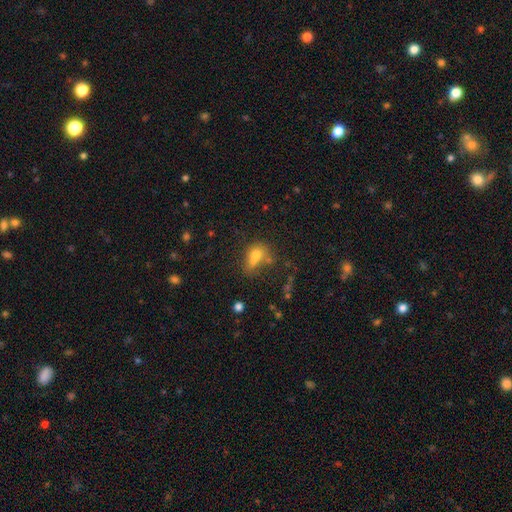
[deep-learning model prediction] smooth_or_featured: smooth (p=0.70) [alt: featured or disk p=0.16]
how_rounded: in between (p=0.56) [alt: round p=0.41]
merging: merger (p=0.39) [alt: none p=0.31]